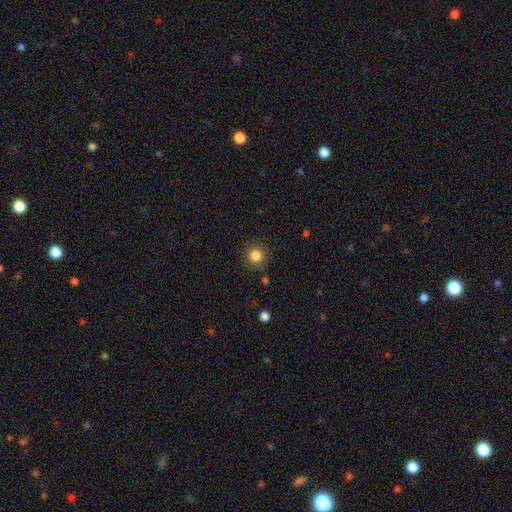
Smooth or featured: smooth — 92% (featured or disk — 5%)
How rounded: round — 94% (in between — 3%)
Merging: none — 87% (minor disturbance — 8%)